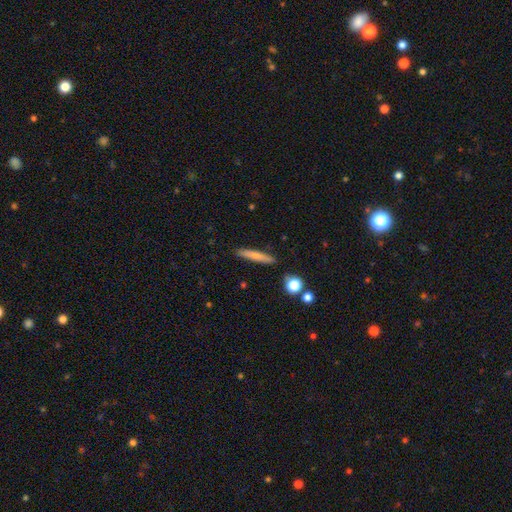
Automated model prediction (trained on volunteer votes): This is likely a smooth galaxy (71%). How rounded: clearly cigar-shaped (93%). Merging: clearly none (88%).